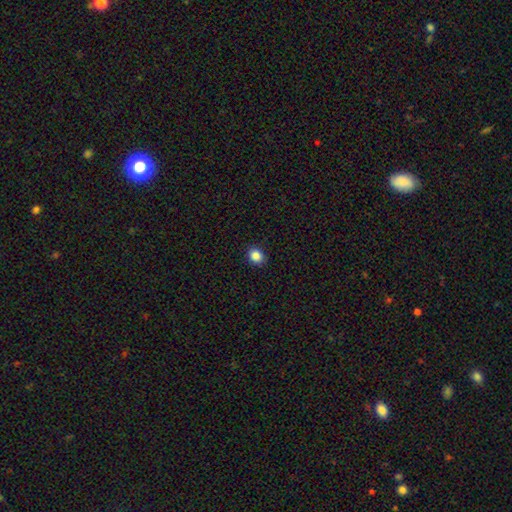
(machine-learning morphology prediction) A smooth galaxy with no disk features (86%) that is round (60%).

Vote fractions:
- Smooth or featured? smooth: 86% / star or artifact: 10% / featured or disk: 4%
- How rounded? round: 60% / in between: 39% / cigar-shaped: 1%
- Merging? none: 91% / minor disturbance: 7% / major disturbance: 2% / merger: 1%